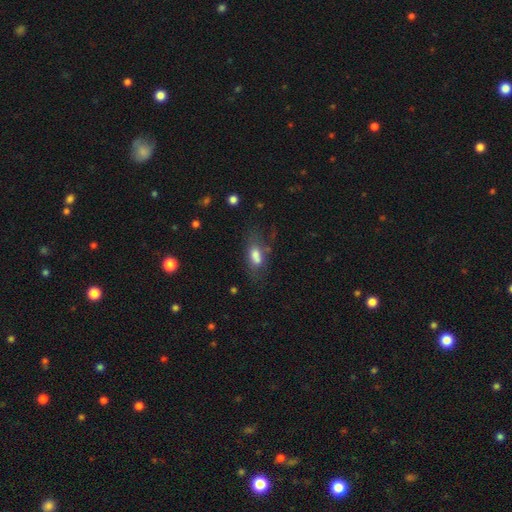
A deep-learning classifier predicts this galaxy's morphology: Smooth or featured?
  - smooth: 65% *
  - featured or disk: 24%
  - star or artifact: 11%
How rounded?
  - in between: 80% *
  - cigar-shaped: 13%
  - round: 7%
Merging?
  - none: 47% *
  - minor disturbance: 21%
  - merger: 17%
  - major disturbance: 15%